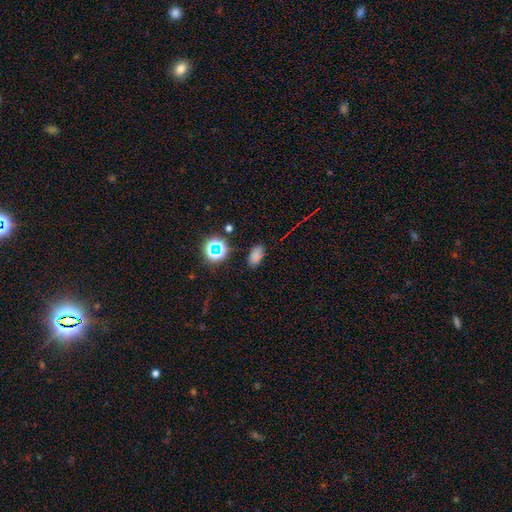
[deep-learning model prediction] A smooth galaxy with no disk features (70%) that is in between round and cigar-shaped (89%). Merging: none (79%).